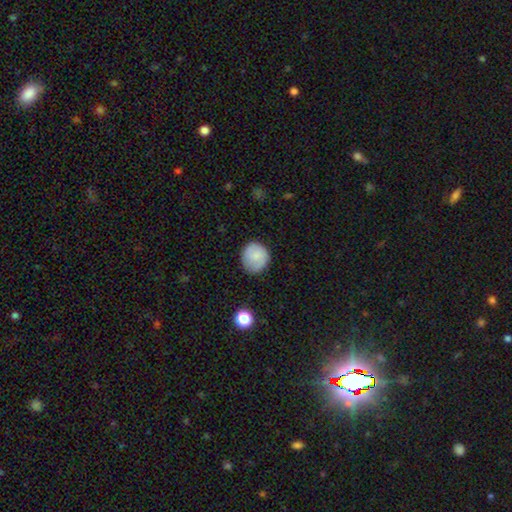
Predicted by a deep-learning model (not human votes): Overall: smooth (80%). How rounded: round (82%). Merging: none (78%).